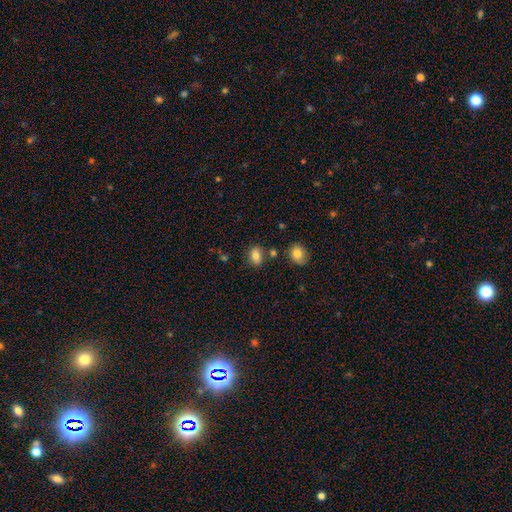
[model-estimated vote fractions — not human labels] Morphology: type=smooth (82%); roundness=in between (74%); merging=none (79%).